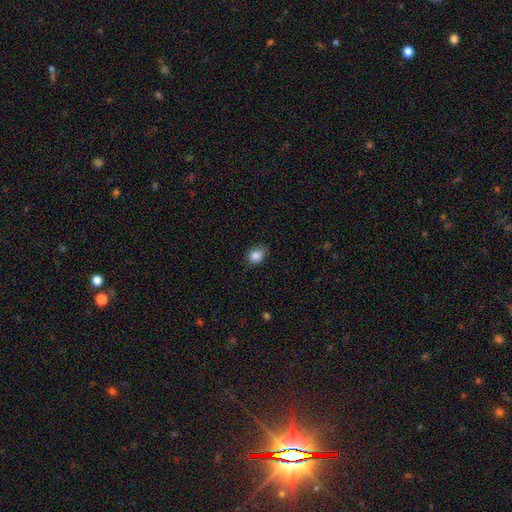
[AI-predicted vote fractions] A smooth galaxy with no disk features (86%) that is round (51%).

Vote fractions:
- Smooth or featured? smooth: 86% / star or artifact: 9% / featured or disk: 4%
- How rounded? round: 51% / in between: 48% / cigar-shaped: 1%
- Merging? none: 76% / minor disturbance: 19% / major disturbance: 4% / merger: 1%